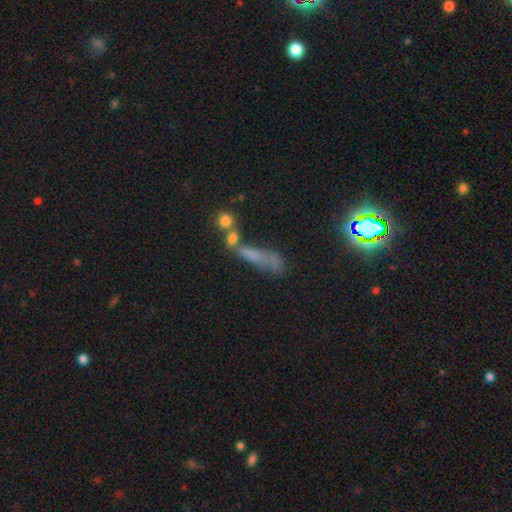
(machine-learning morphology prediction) type=smooth (47%); merging=merger (37%).